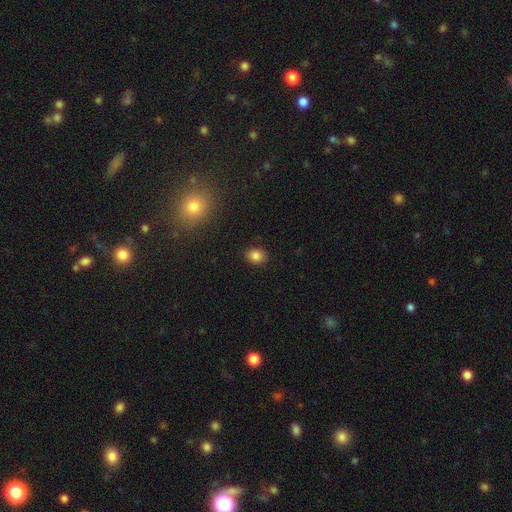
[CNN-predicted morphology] Smooth or featured?
  - smooth: 84% *
  - star or artifact: 11%
  - featured or disk: 5%
How rounded?
  - round: 59% *
  - in between: 40%
  - cigar-shaped: 1%
Merging?
  - none: 89% *
  - minor disturbance: 8%
  - major disturbance: 2%
  - merger: 1%